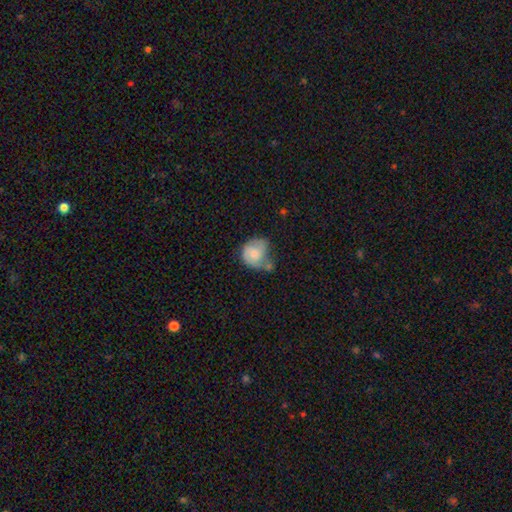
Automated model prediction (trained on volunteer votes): Q: Smooth or featured?
A: smooth (65%); runner-up: featured or disk (28%)
Q: How rounded?
A: round (64%); runner-up: in between (35%)
Q: Merging?
A: minor disturbance (32%); runner-up: none (26%)